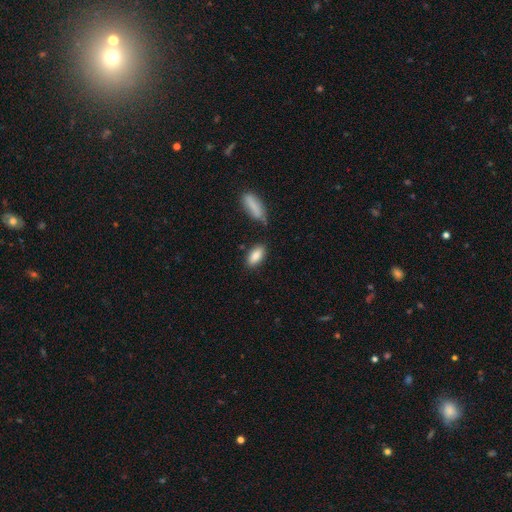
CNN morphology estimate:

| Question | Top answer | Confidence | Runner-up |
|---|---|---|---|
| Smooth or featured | smooth | 87% | star or artifact (7%) |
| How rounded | in between | 88% | cigar-shaped (9%) |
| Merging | none | 77% | minor disturbance (13%) |